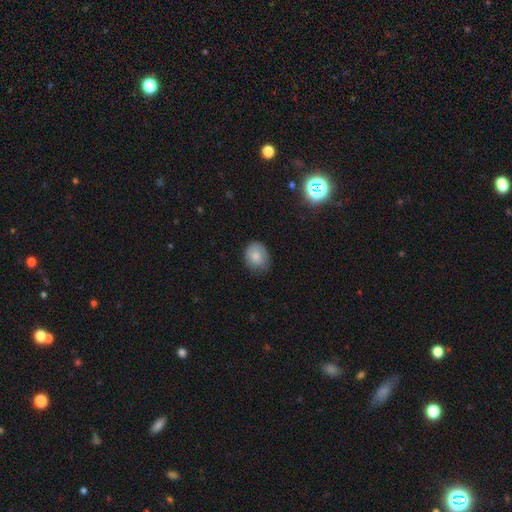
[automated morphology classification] Smooth or featured? smooth (80%)
How rounded? round (50%)
Merging? none (66%)